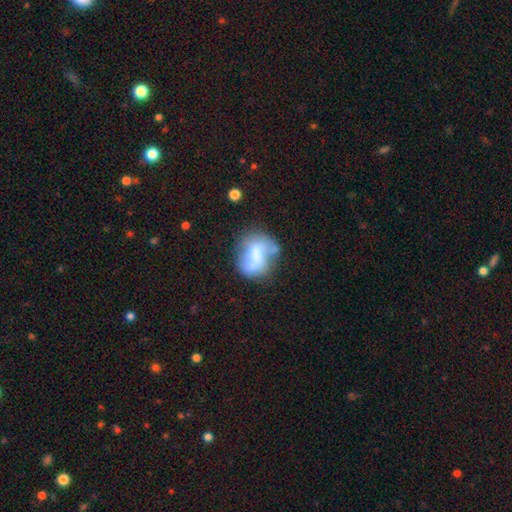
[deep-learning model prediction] Smooth or featured: smooth — 51% (featured or disk — 40%)
How rounded: in between — 49% (tied with round — 49%)
Merging: none — 39% (minor disturbance — 24%)